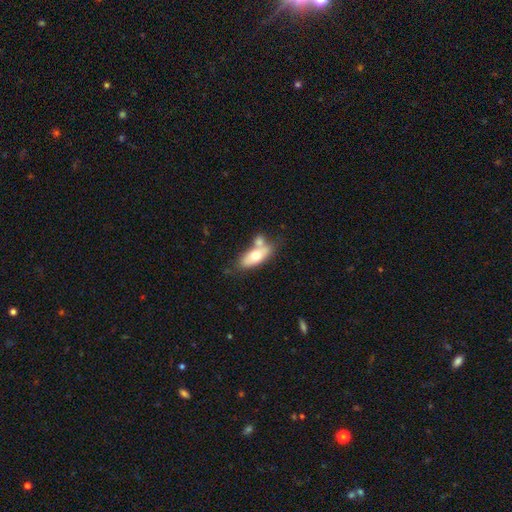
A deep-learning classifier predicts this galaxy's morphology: A smooth galaxy with no disk features (63%) that is in between round and cigar-shaped (80%). Merging: none (44%).